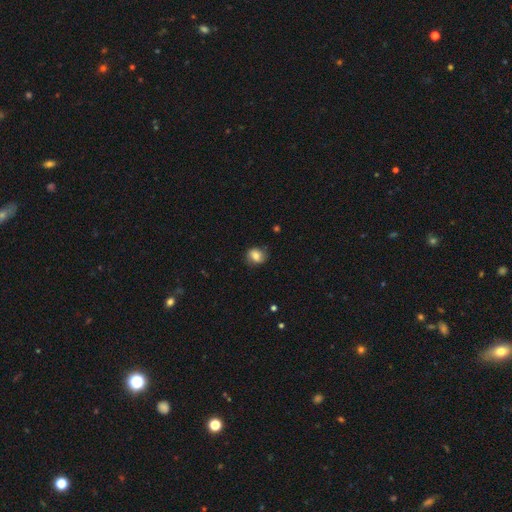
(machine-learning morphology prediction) A smooth galaxy with no disk features (75%) that is round (66%). Merging: none (80%).